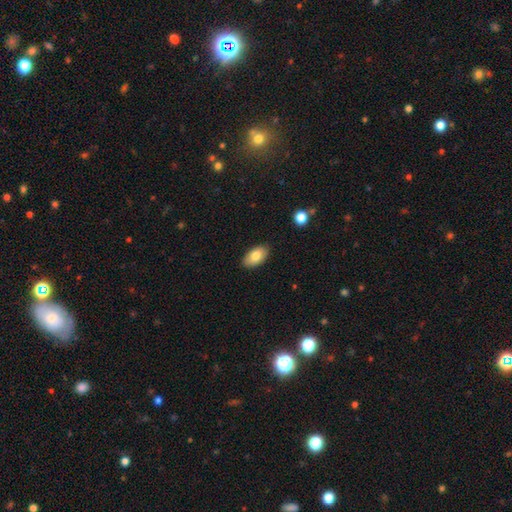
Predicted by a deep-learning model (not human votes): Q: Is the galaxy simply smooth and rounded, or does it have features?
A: smooth — 81%.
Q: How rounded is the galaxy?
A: in between — 94%.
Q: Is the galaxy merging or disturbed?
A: none — 86%.